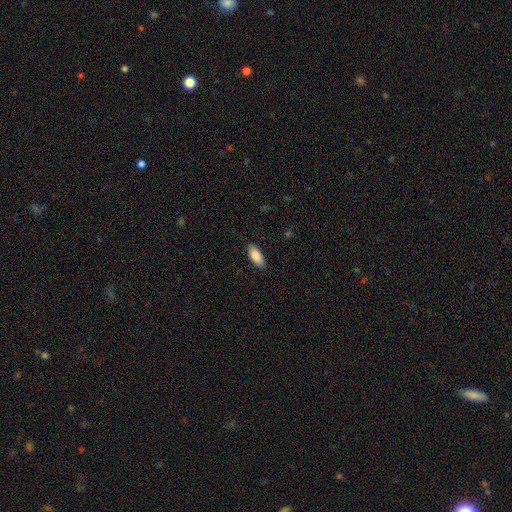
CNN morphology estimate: smooth 88%, featured or disk 7%, star or artifact 6%. Down the decision tree: how rounded — in between (84%); merging — none (85%).